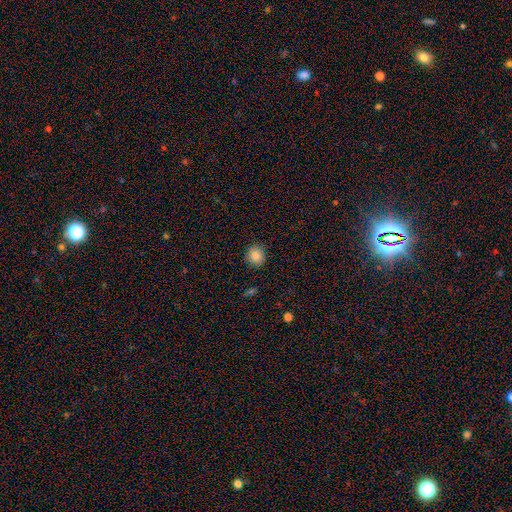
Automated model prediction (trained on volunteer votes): Smooth or featured? smooth (85%)
How rounded? round (82%)
Merging? none (88%)